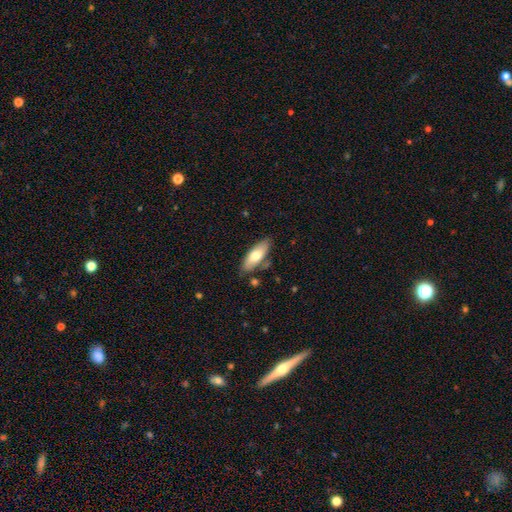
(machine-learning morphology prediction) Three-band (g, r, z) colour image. It shows a smooth galaxy with no disk features (69%) that is in between round and cigar-shaped (73%). Merging: none (74%).